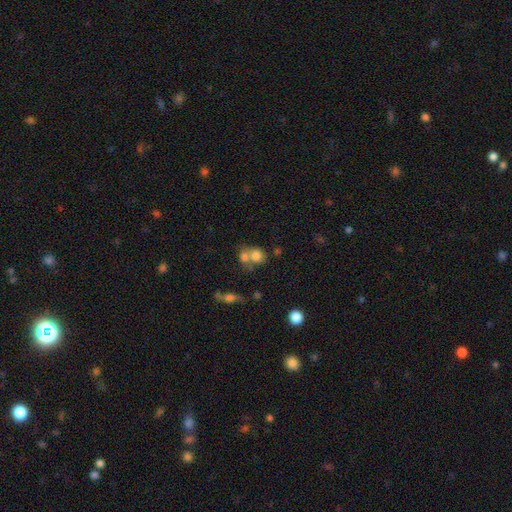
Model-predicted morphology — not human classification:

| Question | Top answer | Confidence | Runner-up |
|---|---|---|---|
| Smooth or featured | smooth | 73% | featured or disk (15%) |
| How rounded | round | 64% | in between (34%) |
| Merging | merger | 54% | none (32%) |